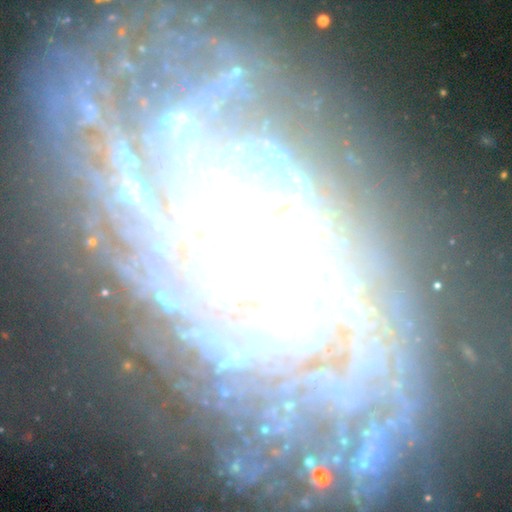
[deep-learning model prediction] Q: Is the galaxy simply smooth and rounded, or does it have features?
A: featured or disk — 82%.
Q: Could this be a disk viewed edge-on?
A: no — 94%.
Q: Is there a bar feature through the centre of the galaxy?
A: no — 68%.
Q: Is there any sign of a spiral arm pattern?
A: yes — 91%.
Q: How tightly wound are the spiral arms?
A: tight — 69%.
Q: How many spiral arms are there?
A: can't tell — 33%.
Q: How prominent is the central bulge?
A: moderate — 54%.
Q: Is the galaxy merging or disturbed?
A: none — 65%.